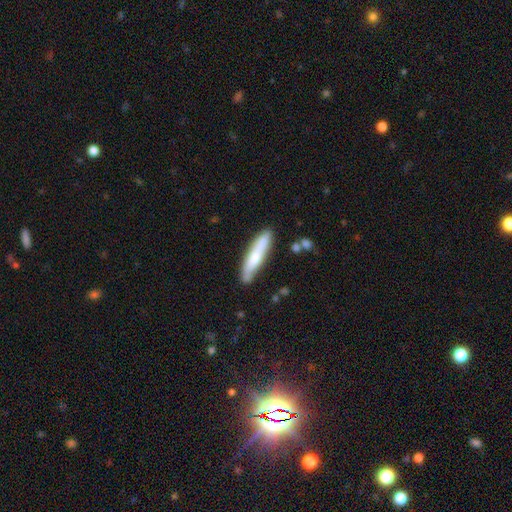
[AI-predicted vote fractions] This appears to be a smooth galaxy with no disk features (62%) that is cigar-shaped (86%). Merging: none (80%).